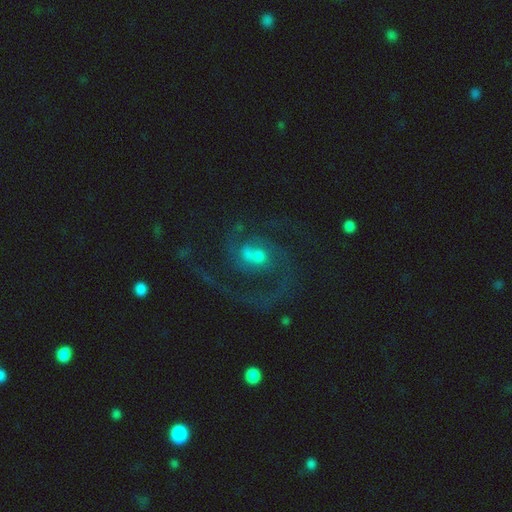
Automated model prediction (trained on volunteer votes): Smooth or featured: featured or disk — 85% (smooth — 8%)
Edge-on disk: no — 98% (yes — 2%)
Bar: no — 52% (weak — 38%)
Spiral arms: yes — 95% (no — 5%)
Spiral winding: medium — 53% (loose — 25%)
Spiral arm count: 2 — 69% (3 — 10%)
Bulge size: moderate — 48% (small — 39%)
Merging: none — 56% (major disturbance — 22%)